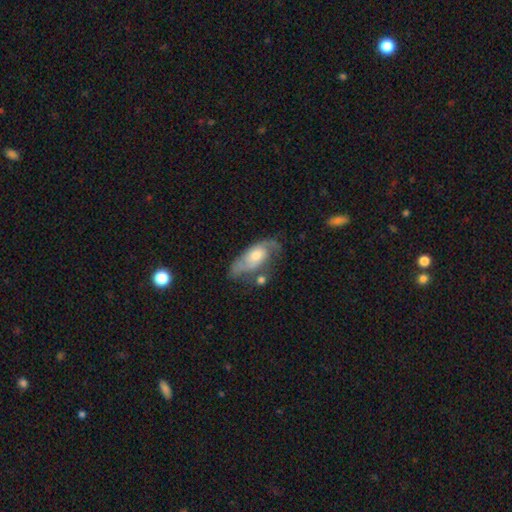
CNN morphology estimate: featured or disk 67%, smooth 26%, star or artifact 6%. Down the decision tree: edge-on disk — no (90%); bar — no (70%); spiral arms — yes (85%); spiral arm count — 2 (67%); spiral winding — medium (44%); bulge size — moderate (61%); merging — none (50%).